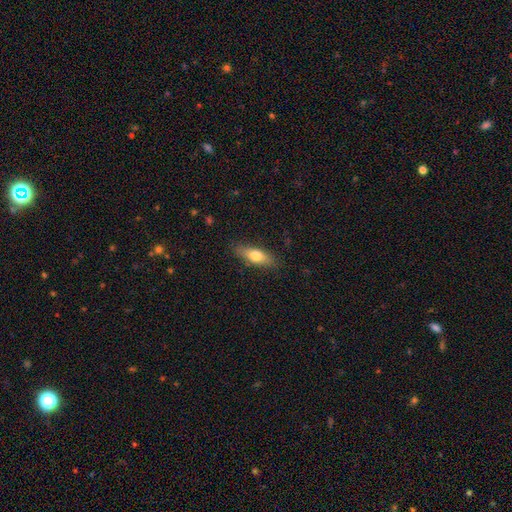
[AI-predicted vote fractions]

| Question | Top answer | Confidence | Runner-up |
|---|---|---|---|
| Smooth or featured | smooth | 71% | featured or disk (23%) |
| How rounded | in between | 61% | cigar-shaped (36%) |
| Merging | none | 85% | minor disturbance (12%) |